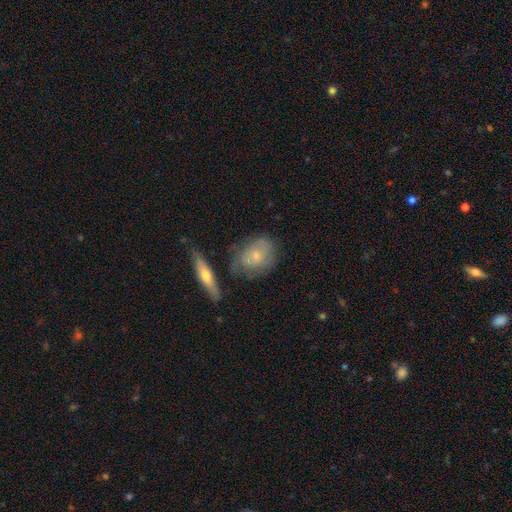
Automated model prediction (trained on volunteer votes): Overall: smooth (59%; featured or disk 34%). How rounded: in between (64%; round 32%). Merging: none (57%; minor disturbance 23%).